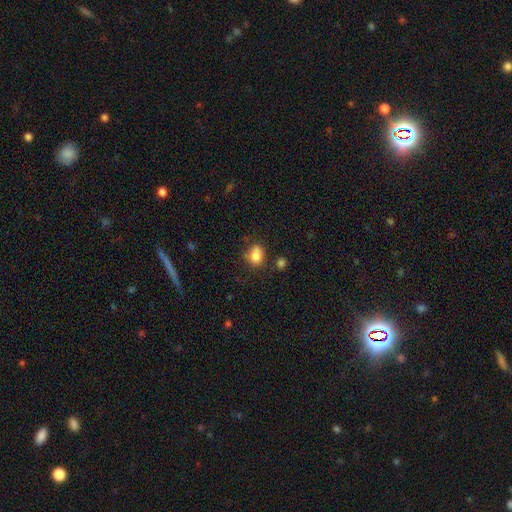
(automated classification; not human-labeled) Smooth or featured? smooth (79%)
How rounded? round (56%)
Merging? none (57%)